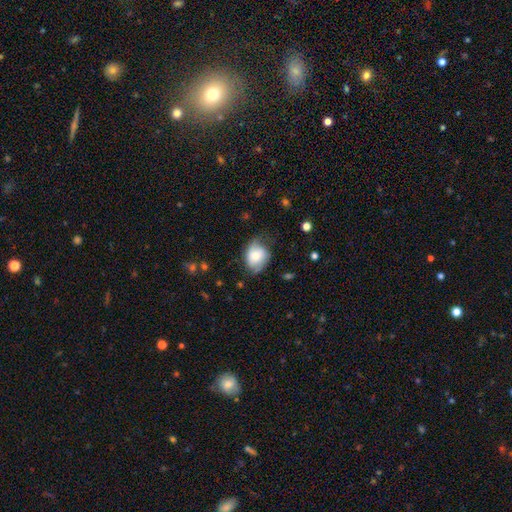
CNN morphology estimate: smooth 58%, featured or disk 34%, star or artifact 8%. Down the decision tree: how rounded — in between (55%); merging — none (53%).